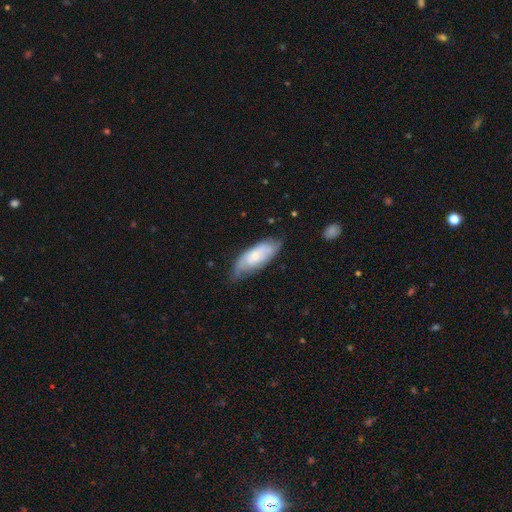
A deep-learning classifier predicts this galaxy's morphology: This is possibly a featured or disk galaxy (54%). It is clearly not viewed edge-on (86%). Merging: likely none (61%).